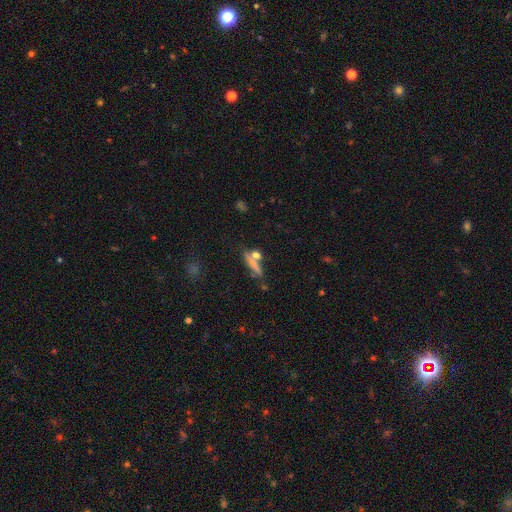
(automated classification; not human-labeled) A smooth galaxy with no disk features (63%) that is cigar-shaped (65%).

Vote fractions:
- Smooth or featured? smooth: 63% / featured or disk: 25% / star or artifact: 13%
- How rounded? cigar-shaped: 65% / in between: 22% / round: 13%
- Merging? none: 58% / merger: 24% / minor disturbance: 12% / major disturbance: 6%